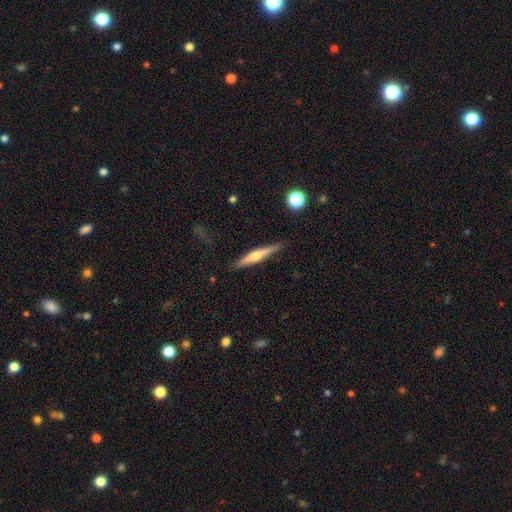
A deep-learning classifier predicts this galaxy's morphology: Smooth or featured? featured or disk (60%)
Edge-on disk? yes (96%)
Edge-on bulge? rounded (86%)
Merging? none (88%)